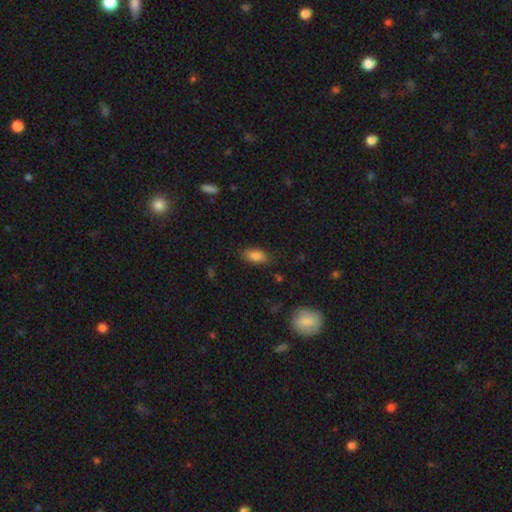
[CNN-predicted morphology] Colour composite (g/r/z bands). It shows a smooth galaxy with no disk features (85%) that is in between round and cigar-shaped (88%). Merging: none (81%).